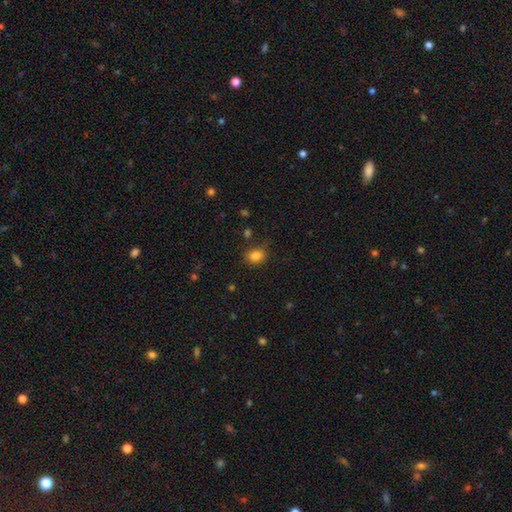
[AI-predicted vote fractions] Smooth or featured?
  - smooth: 84% *
  - star or artifact: 11%
  - featured or disk: 5%
How rounded?
  - in between: 63% *
  - round: 36%
  - cigar-shaped: 1%
Merging?
  - none: 75% *
  - minor disturbance: 17%
  - major disturbance: 5%
  - merger: 3%